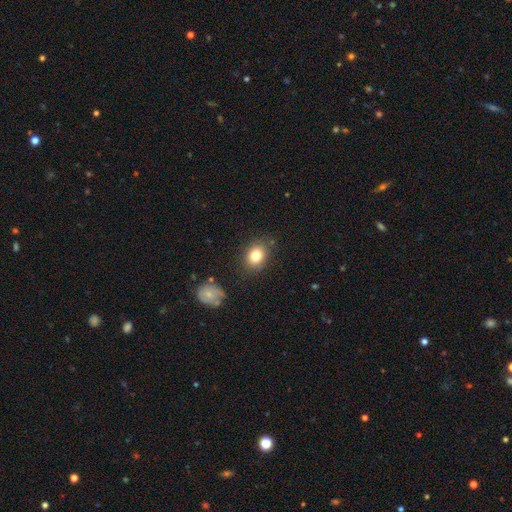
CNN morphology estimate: Smooth or featured? Predicted: smooth (p=0.81). How rounded? Predicted: in between (p=0.53). Merging? Predicted: none (p=0.81).